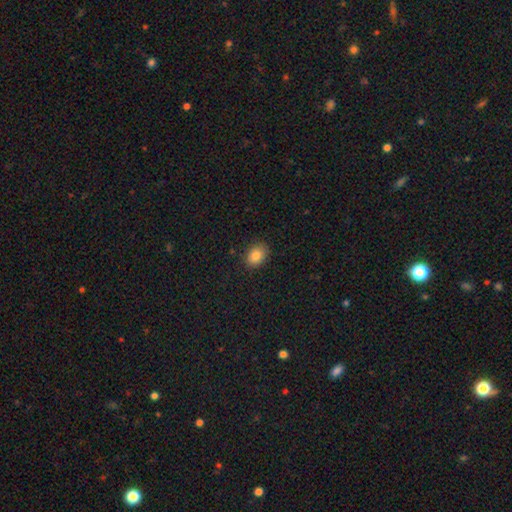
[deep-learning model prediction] A smooth galaxy with no disk features (84%) that is in between round and cigar-shaped (69%).

Vote fractions:
- Smooth or featured? smooth: 84% / star or artifact: 10% / featured or disk: 7%
- How rounded? in between: 69% / round: 30% / cigar-shaped: 1%
- Merging? none: 87% / minor disturbance: 10% / major disturbance: 2% / merger: 1%